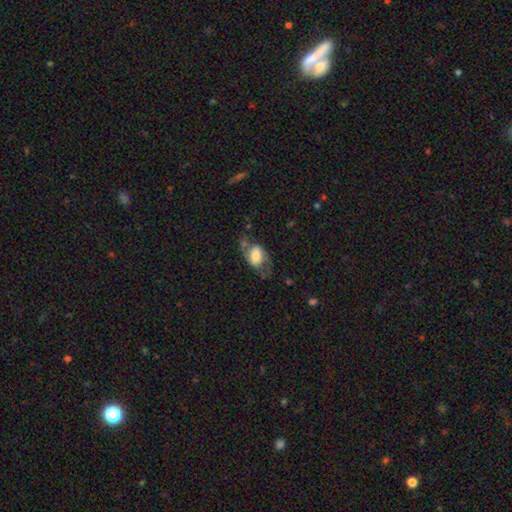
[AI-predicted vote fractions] Morphology: type=featured or disk (48%); merging=none (49%).